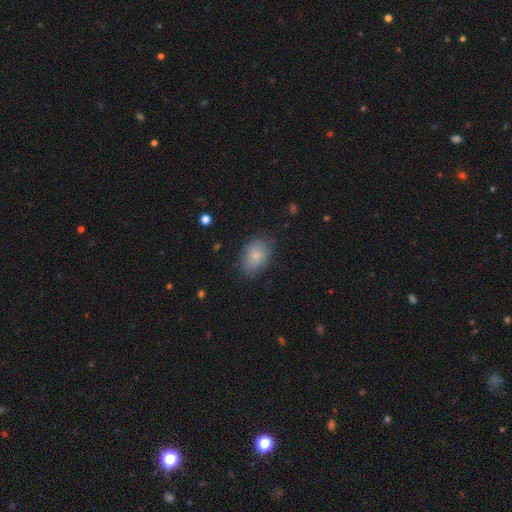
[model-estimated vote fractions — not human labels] Q: Smooth or featured?
A: smooth (78%); runner-up: featured or disk (14%)
Q: How rounded?
A: in between (81%); runner-up: round (17%)
Q: Merging?
A: none (74%); runner-up: minor disturbance (19%)